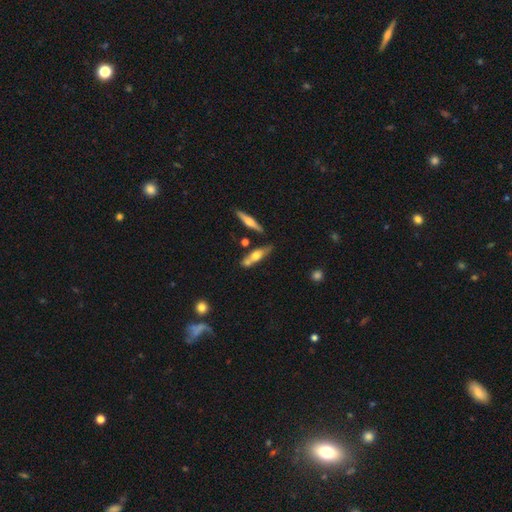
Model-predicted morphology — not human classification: Smooth or featured: featured or disk — 50% (smooth — 43%)
Edge-on disk: yes — 85% (no — 15%)
Merging: none — 57% (merger — 24%)